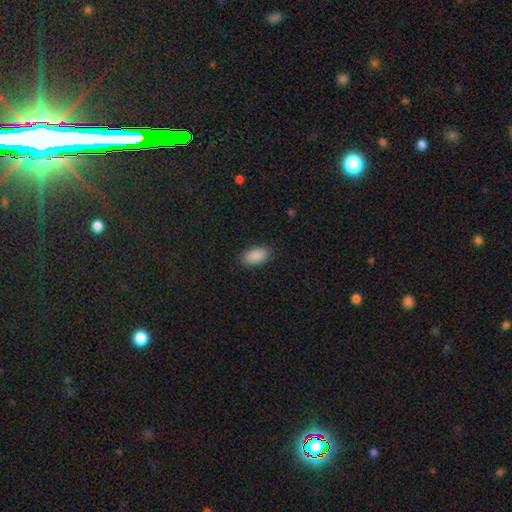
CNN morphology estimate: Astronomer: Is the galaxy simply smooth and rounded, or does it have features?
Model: smooth — 90%.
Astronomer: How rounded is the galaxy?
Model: in between — 93%.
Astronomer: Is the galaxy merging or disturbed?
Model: none — 88%.